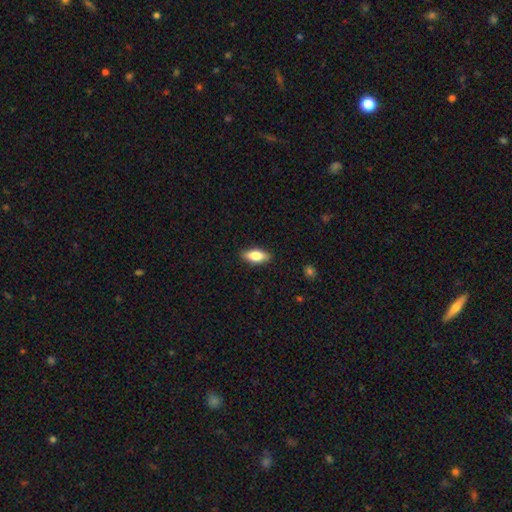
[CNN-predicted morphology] This appears to be a smooth galaxy with no disk features (76%) that is in between round and cigar-shaped (80%). Merging: none (88%).